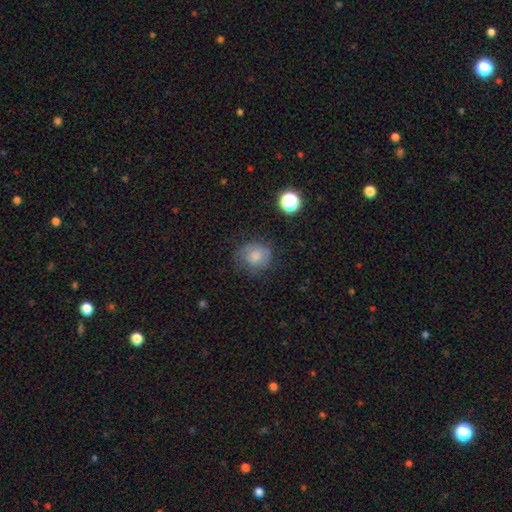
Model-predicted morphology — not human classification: Q: Smooth or featured?
A: smooth (72%); runner-up: featured or disk (18%)
Q: How rounded?
A: round (76%); runner-up: in between (23%)
Q: Merging?
A: none (59%); runner-up: minor disturbance (26%)